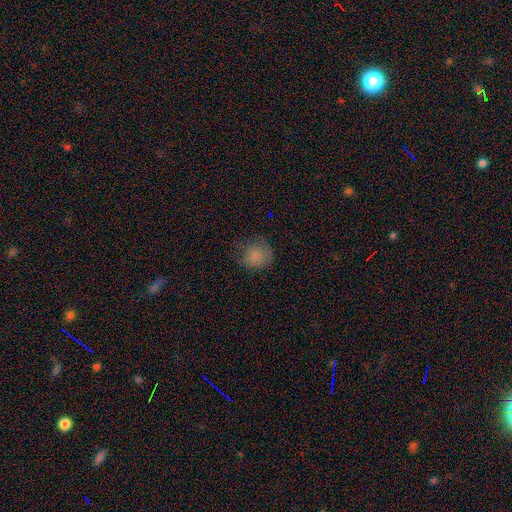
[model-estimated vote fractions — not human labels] Smooth or featured?
  - smooth: 80% *
  - star or artifact: 12%
  - featured or disk: 8%
How rounded?
  - round: 82% *
  - in between: 17%
  - cigar-shaped: 1%
Merging?
  - none: 65% *
  - minor disturbance: 23%
  - major disturbance: 10%
  - merger: 1%